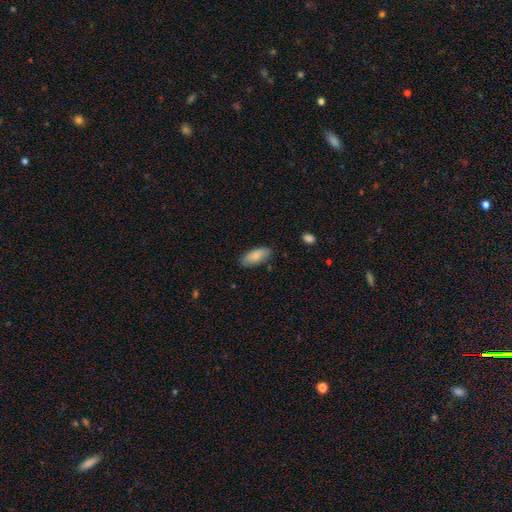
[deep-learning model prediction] This appears to be a smooth galaxy with no disk features (81%) that is in between round and cigar-shaped (90%). Merging: none (81%).